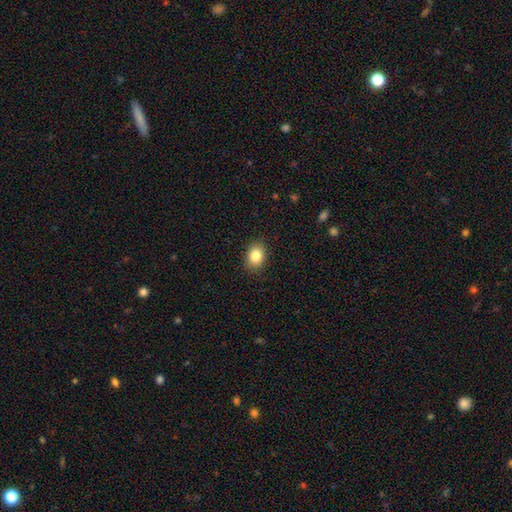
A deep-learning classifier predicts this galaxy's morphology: smooth-or-featured: smooth: 84% | star or artifact: 9% | featured or disk: 7%
  how-rounded: in between: 63% | round: 36% | cigar-shaped: 1%
  merging: none: 88% | minor disturbance: 9% | major disturbance: 2% | merger: 1%